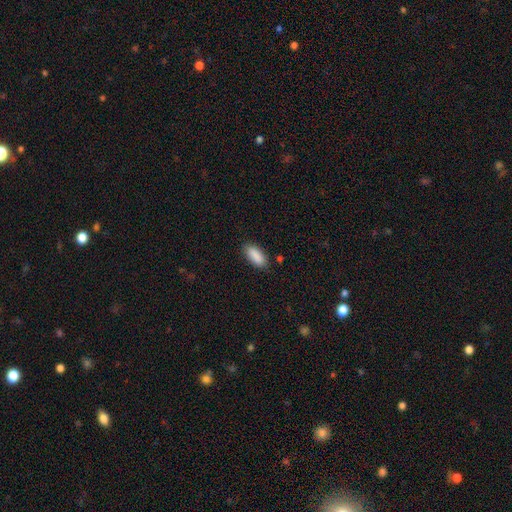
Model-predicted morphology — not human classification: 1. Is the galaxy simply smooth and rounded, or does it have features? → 90% smooth, 6% star or artifact, 4% featured or disk.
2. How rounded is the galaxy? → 82% in between, 16% cigar-shaped, 2% round.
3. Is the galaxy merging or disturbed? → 85% none, 11% minor disturbance, 2% major disturbance, 2% merger.